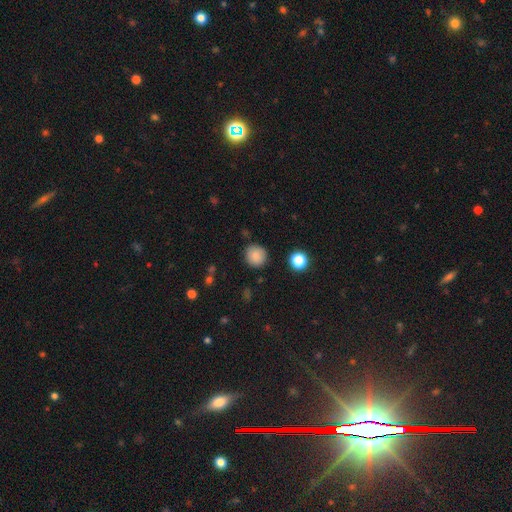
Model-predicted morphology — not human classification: The model was most divided on "smooth or featured": smooth: 85%, star or artifact: 10%, featured or disk: 6%. More confident: how rounded — round (93%); merging — none (88%).